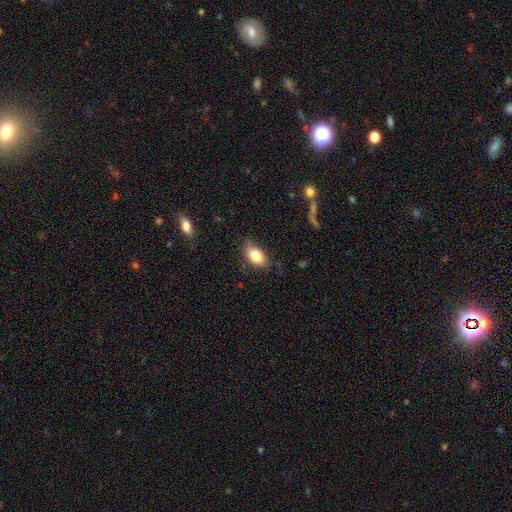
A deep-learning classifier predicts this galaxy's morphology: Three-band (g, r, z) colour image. It shows a smooth galaxy with no disk features (80%) that is in between round and cigar-shaped (89%). Merging: none (71%).